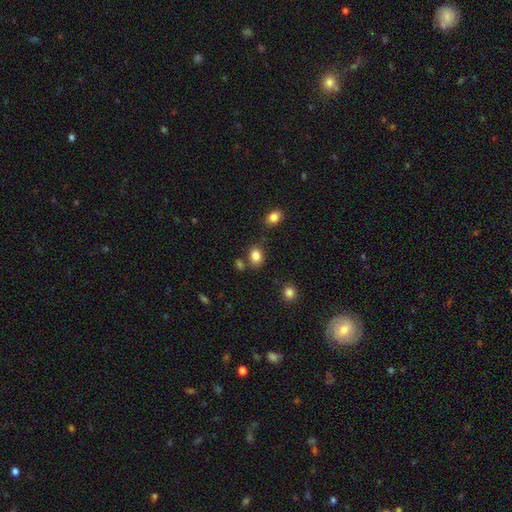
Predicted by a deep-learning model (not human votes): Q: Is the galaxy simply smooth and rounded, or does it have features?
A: smooth — 85%.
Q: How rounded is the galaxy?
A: in between — 67%.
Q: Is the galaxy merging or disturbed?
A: none — 73%.